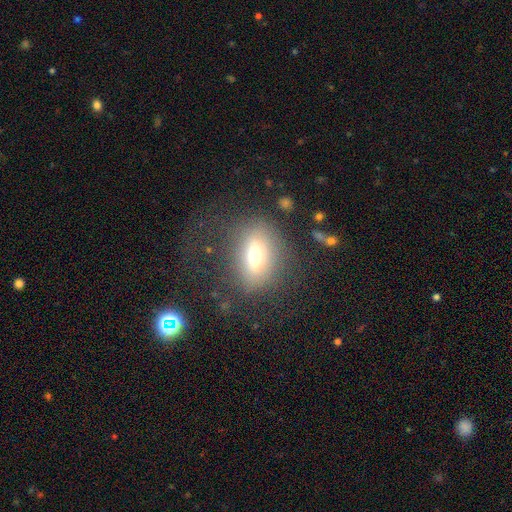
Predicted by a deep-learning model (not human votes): smooth_or_featured: smooth (p=0.61) [alt: featured or disk p=0.27]
how_rounded: in between (p=0.73) [alt: round p=0.19]
merging: none (p=0.69) [alt: minor disturbance p=0.15]